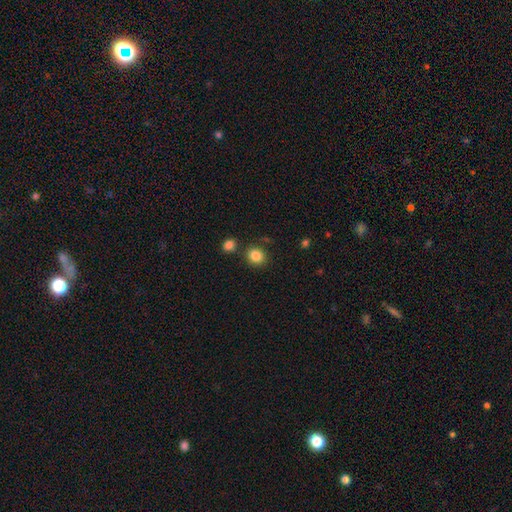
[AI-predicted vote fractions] A smooth galaxy with no disk features (85%) that is round (75%). Merging: none (80%).